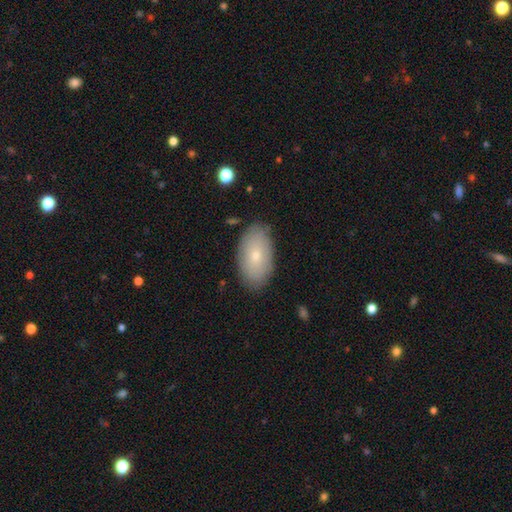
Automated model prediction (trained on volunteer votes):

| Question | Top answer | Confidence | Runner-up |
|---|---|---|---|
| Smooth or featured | smooth | 71% | featured or disk (22%) |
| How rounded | in between | 94% | round (5%) |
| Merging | none | 84% | minor disturbance (12%) |